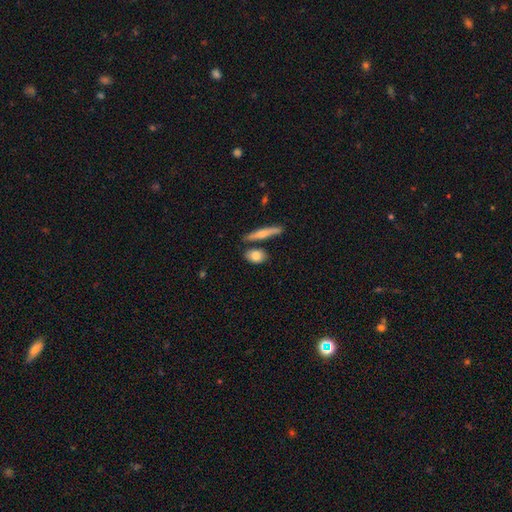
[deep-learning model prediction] This is likely a smooth galaxy (79%). How rounded: likely in between (67%). Merging: likely none (69%).